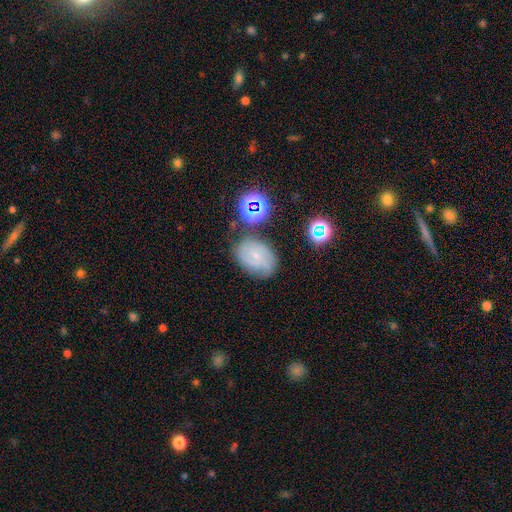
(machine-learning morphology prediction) type=featured or disk (58%); edge-on=no (96%); bar=no (67%); spiral arms=yes (87%); bulge=small (81%); merging=none (65%).